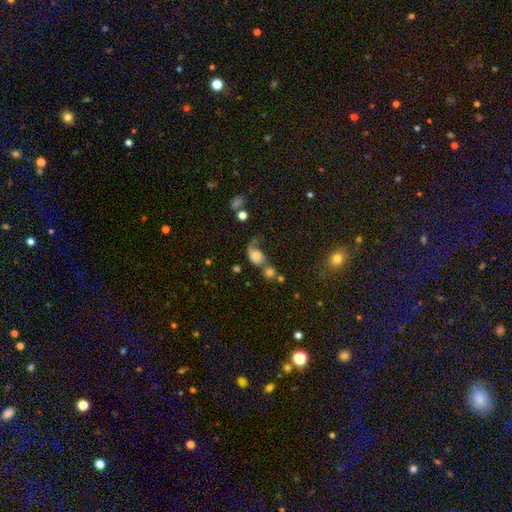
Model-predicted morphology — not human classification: Smooth or featured?
  - smooth: 68% *
  - featured or disk: 21%
  - star or artifact: 11%
How rounded?
  - round: 49% * (tied)
  - in between: 49% * (tied)
  - cigar-shaped: 2%
Merging?
  - merger: 35% *
  - major disturbance: 28%
  - none: 21%
  - minor disturbance: 16%